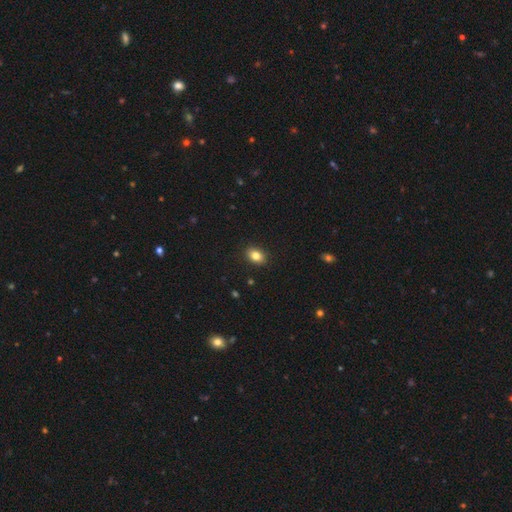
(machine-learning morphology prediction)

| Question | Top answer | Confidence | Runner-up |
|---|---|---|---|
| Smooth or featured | smooth | 83% | star or artifact (10%) |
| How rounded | in between | 72% | round (27%) |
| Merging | none | 90% | minor disturbance (7%) |